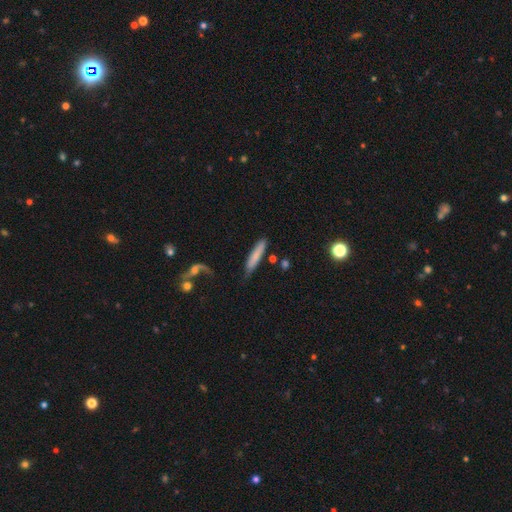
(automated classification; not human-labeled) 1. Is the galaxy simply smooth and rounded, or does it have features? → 72% smooth, 21% featured or disk, 6% star or artifact.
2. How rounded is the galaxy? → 88% cigar-shaped, 11% in between, 2% round.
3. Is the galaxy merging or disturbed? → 69% none, 19% minor disturbance, 6% major disturbance, 6% merger.